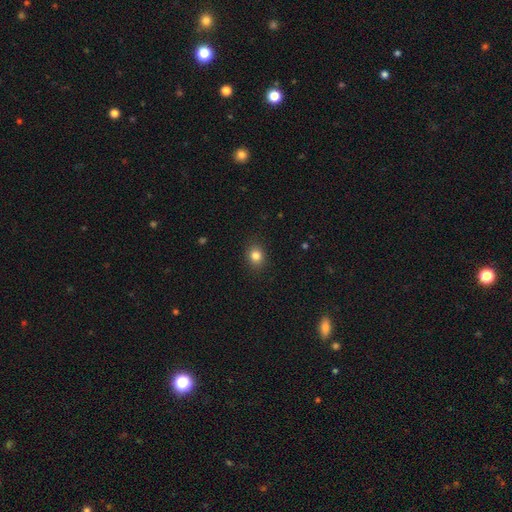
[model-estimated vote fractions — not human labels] smooth_or_featured: smooth (p=0.83) [alt: star or artifact p=0.12]
how_rounded: round (p=0.67) [alt: in between p=0.32]
merging: none (p=0.90) [alt: minor disturbance p=0.07]